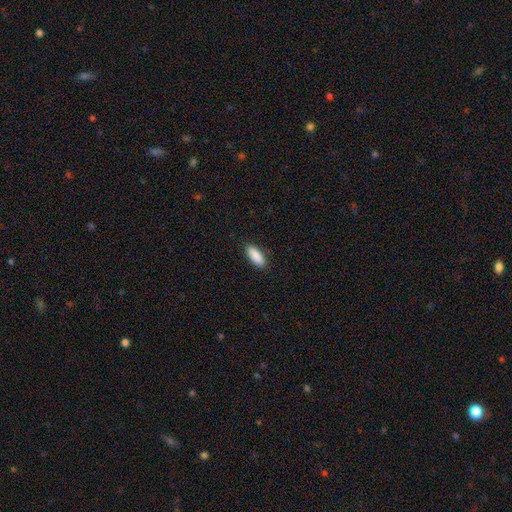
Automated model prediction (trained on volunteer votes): Q: Smooth or featured?
A: smooth (90%); runner-up: star or artifact (6%)
Q: How rounded?
A: in between (76%); runner-up: cigar-shaped (22%)
Q: Merging?
A: none (89%); runner-up: minor disturbance (8%)